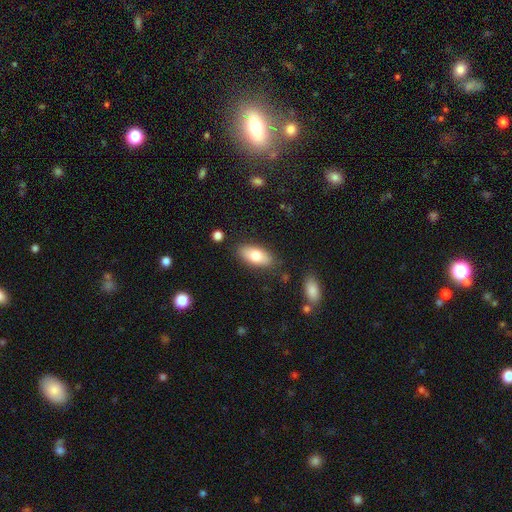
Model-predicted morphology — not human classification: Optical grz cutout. It shows a smooth galaxy with no disk features (77%) that is in between round and cigar-shaped (88%). Merging: none (84%).